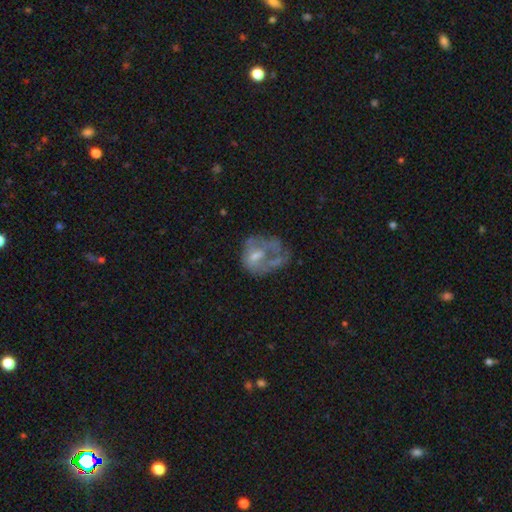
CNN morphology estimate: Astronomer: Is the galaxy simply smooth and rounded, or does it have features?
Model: featured or disk — 53% (runner-up: smooth, 36%).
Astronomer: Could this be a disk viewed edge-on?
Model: no — 98%.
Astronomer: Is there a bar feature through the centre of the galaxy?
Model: no — 71%.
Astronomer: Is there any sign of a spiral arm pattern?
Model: no — 74%.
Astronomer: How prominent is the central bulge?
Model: small — 36% (runner-up: moderate, 35%).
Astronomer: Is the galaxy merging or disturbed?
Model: major disturbance — 45% (runner-up: none, 26%).